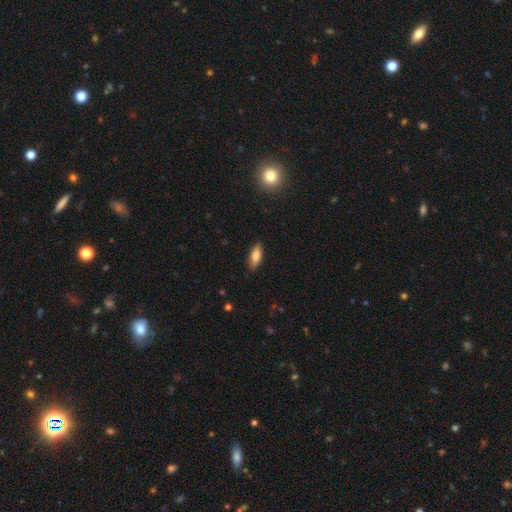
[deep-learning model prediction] Morphology: type=smooth (81%); roundness=in between (74%); merging=none (87%).